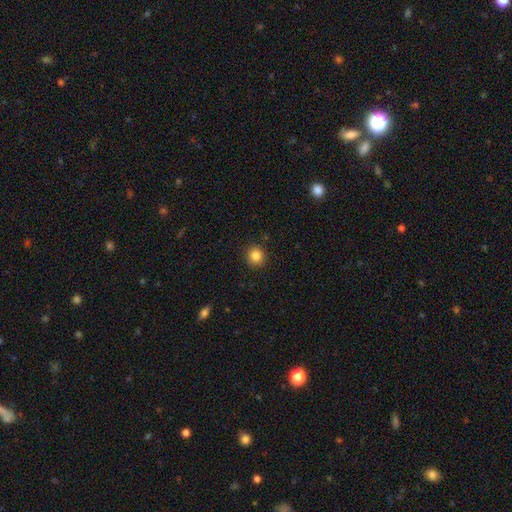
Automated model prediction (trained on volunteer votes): Smooth or featured: smooth — 85% (star or artifact — 11%)
How rounded: round — 92% (in between — 7%)
Merging: none — 91% (minor disturbance — 6%)